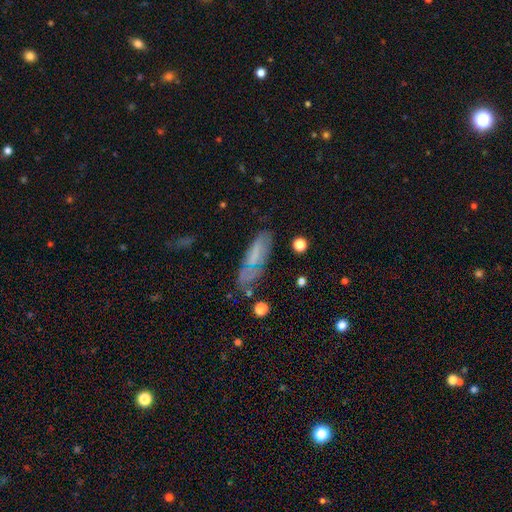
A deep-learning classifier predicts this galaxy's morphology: Smooth or featured: smooth — 53% (featured or disk — 37%)
How rounded: cigar-shaped — 52% (in between — 45%)
Merging: none — 62% (minor disturbance — 24%)